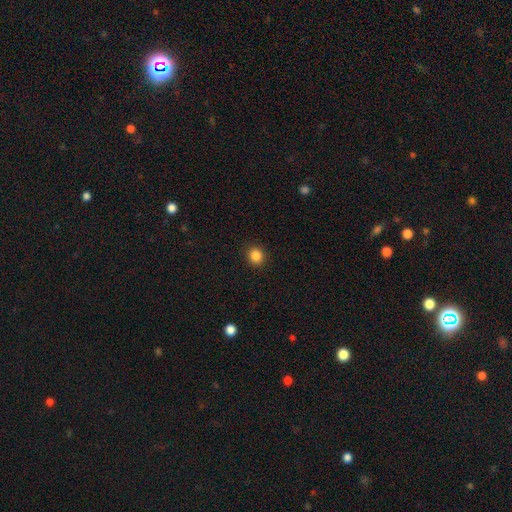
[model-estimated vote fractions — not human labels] smooth-or-featured: smooth: 85% | star or artifact: 11% | featured or disk: 4%
  how-rounded: round: 86% | in between: 13% | cigar-shaped: 1%
  merging: none: 92% | minor disturbance: 5% | major disturbance: 2% | merger: 1%